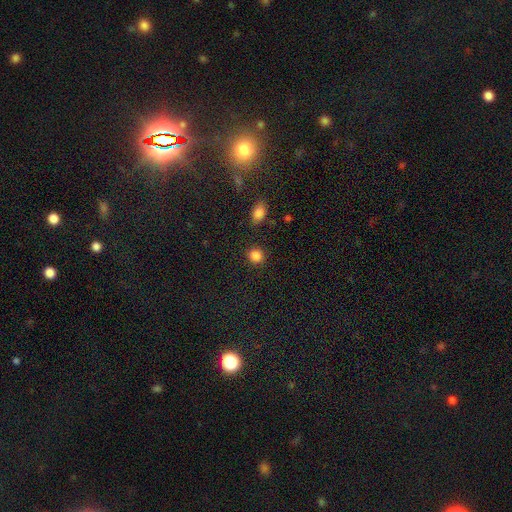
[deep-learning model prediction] Q: Smooth or featured?
A: smooth (86%); runner-up: star or artifact (10%)
Q: How rounded?
A: round (87%); runner-up: in between (12%)
Q: Merging?
A: none (88%); runner-up: minor disturbance (7%)